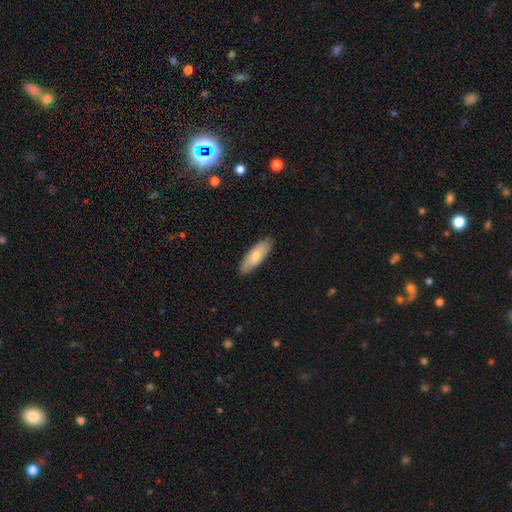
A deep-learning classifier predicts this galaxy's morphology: smooth 79%, featured or disk 15%, star or artifact 5%. Down the decision tree: how rounded — in between (60%); merging — none (89%).